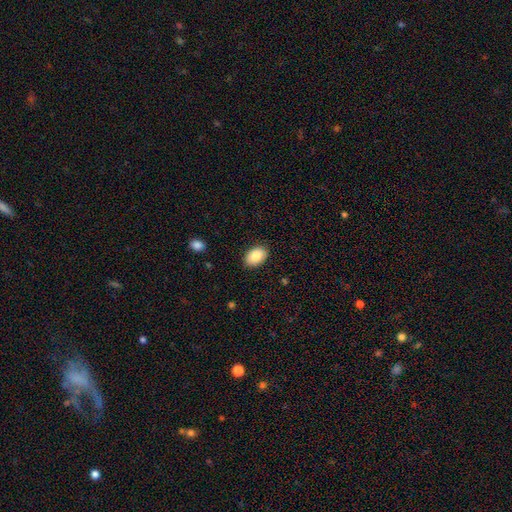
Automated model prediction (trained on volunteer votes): Morphology: type=smooth (85%); roundness=in between (88%); merging=none (87%).